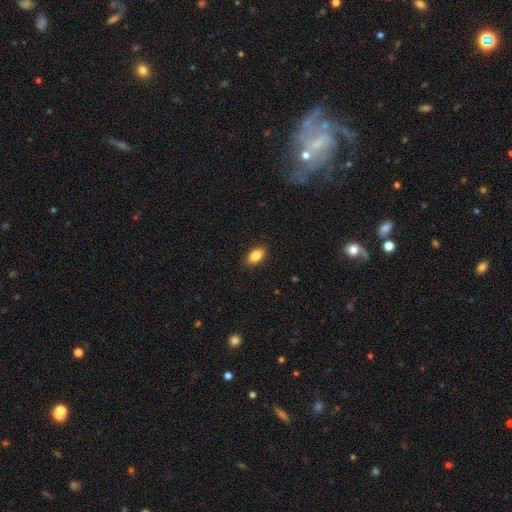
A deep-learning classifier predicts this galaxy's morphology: smooth 87%, star or artifact 8%, featured or disk 6%. Down the decision tree: how rounded — in between (91%); merging — none (89%).